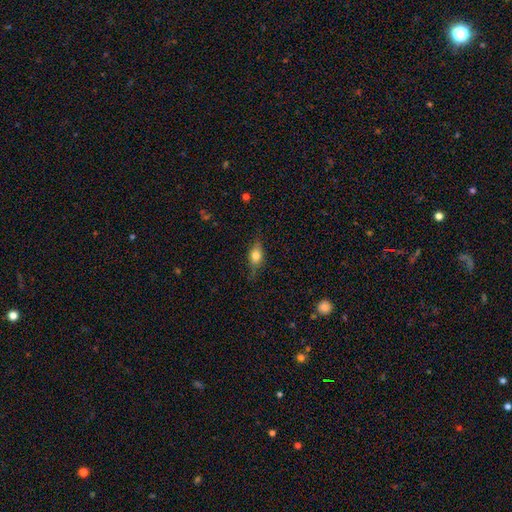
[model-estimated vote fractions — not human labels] A smooth galaxy with no disk features (63%) that is in between round and cigar-shaped (72%).

Vote fractions:
- Smooth or featured? smooth: 63% / featured or disk: 28% / star or artifact: 9%
- How rounded? in between: 72% / cigar-shaped: 16% / round: 12%
- Merging? none: 73% / minor disturbance: 21% / major disturbance: 5% / merger: 1%